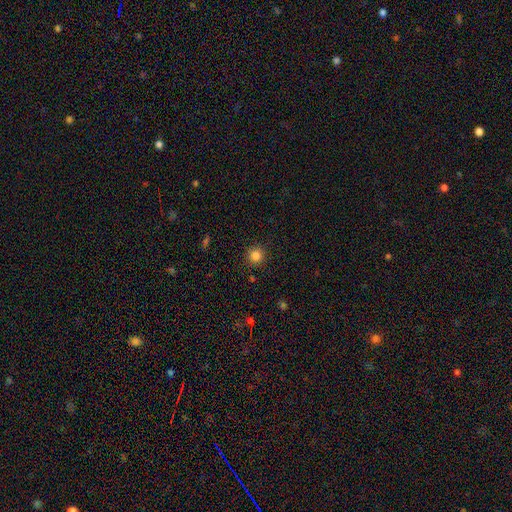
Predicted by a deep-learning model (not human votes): Smooth or featured?
  - smooth: 84% *
  - star or artifact: 12%
  - featured or disk: 4%
How rounded?
  - round: 95% *
  - in between: 4%
  - cigar-shaped: 1%
Merging?
  - none: 91% *
  - minor disturbance: 6%
  - major disturbance: 2%
  - merger: 1%